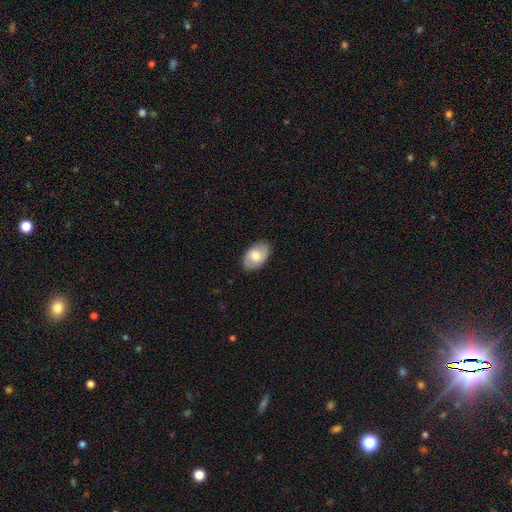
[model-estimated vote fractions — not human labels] Smooth or featured: smooth — 61% (featured or disk — 33%)
How rounded: in between — 91% (round — 8%)
Merging: none — 85% (minor disturbance — 12%)